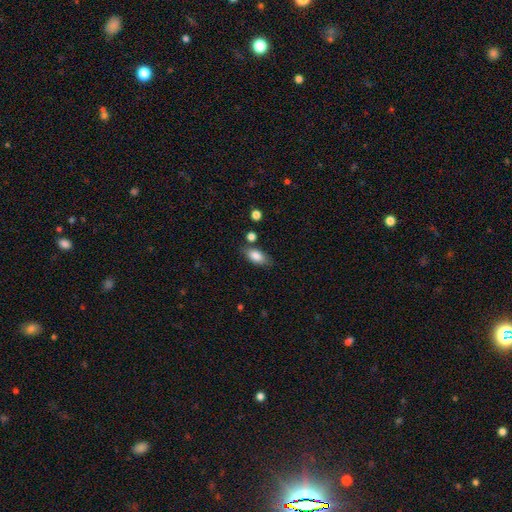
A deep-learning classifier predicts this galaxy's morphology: Smooth or featured?
  - smooth: 83% *
  - featured or disk: 10%
  - star or artifact: 7%
How rounded?
  - in between: 88% *
  - cigar-shaped: 6%
  - round: 5%
Merging?
  - none: 72% *
  - minor disturbance: 17%
  - merger: 6%
  - major disturbance: 4%